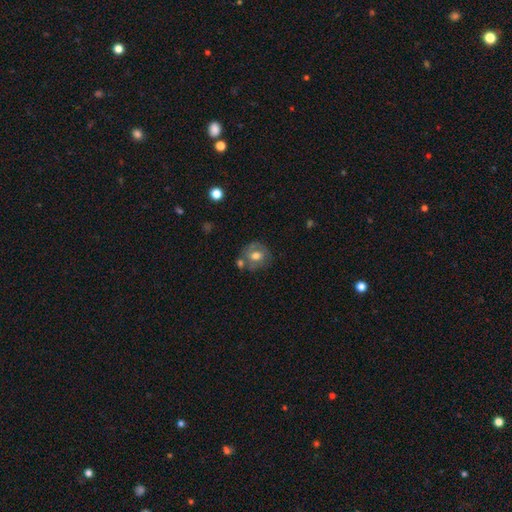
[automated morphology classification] Overall: smooth (58%; featured or disk 34%). How rounded: round (76%). Merging: none (60%).